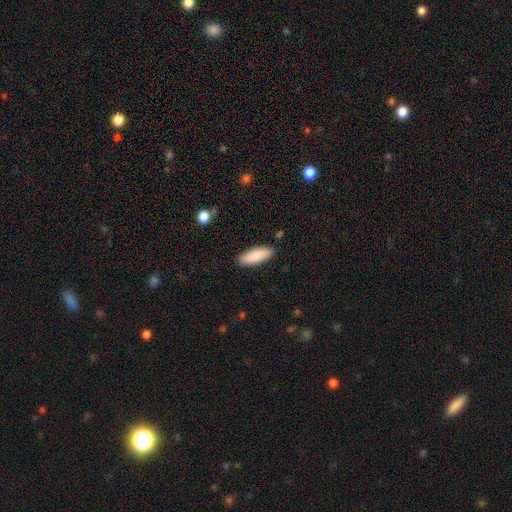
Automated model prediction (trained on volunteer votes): Q: Smooth or featured?
A: smooth (84%); runner-up: featured or disk (10%)
Q: How rounded?
A: in between (61%); runner-up: cigar-shaped (38%)
Q: Merging?
A: none (87%); runner-up: minor disturbance (10%)